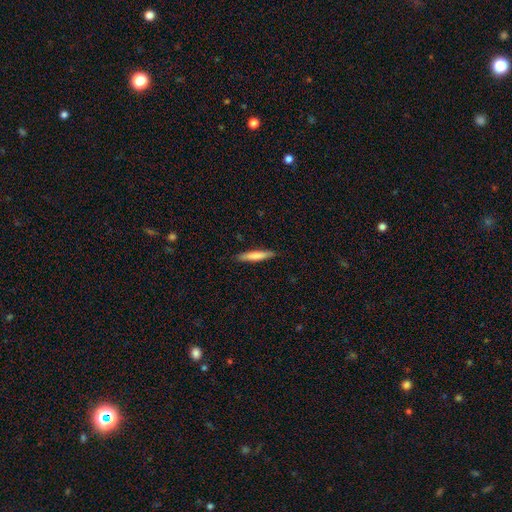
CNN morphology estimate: smooth_or_featured: smooth (p=0.77) [alt: featured or disk p=0.18]
how_rounded: cigar-shaped (p=0.91) [alt: in between p=0.08]
merging: none (p=0.89) [alt: minor disturbance p=0.09]